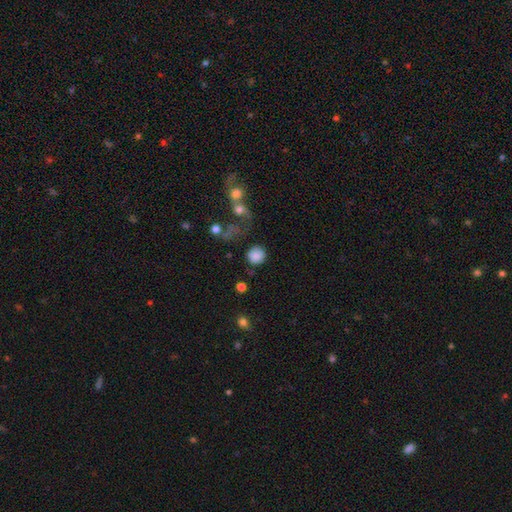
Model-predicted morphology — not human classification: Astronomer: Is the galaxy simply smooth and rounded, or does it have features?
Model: smooth — 82%.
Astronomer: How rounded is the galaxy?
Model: round — 87%.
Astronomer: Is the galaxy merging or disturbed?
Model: none — 63%.